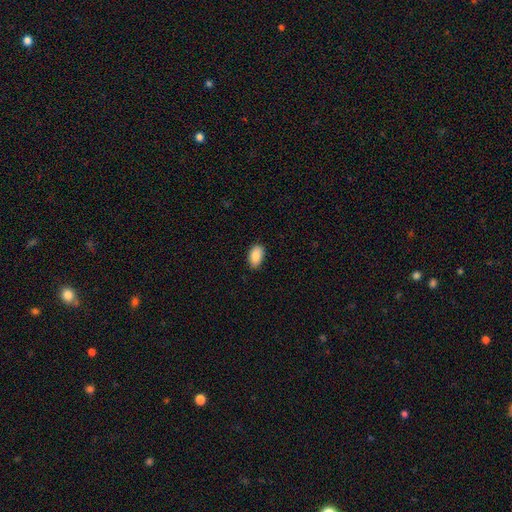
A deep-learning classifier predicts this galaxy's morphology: type=smooth (88%); roundness=in between (93%); merging=none (84%).